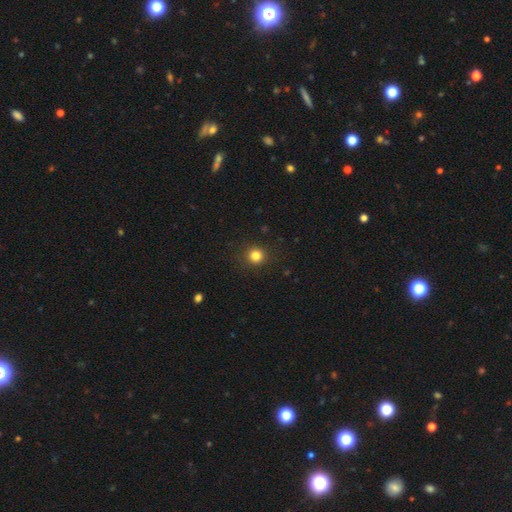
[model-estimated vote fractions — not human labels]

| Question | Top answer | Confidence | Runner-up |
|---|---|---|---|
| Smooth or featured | smooth | 83% | star or artifact (13%) |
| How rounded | round | 92% | in between (7%) |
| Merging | none | 90% | minor disturbance (6%) |